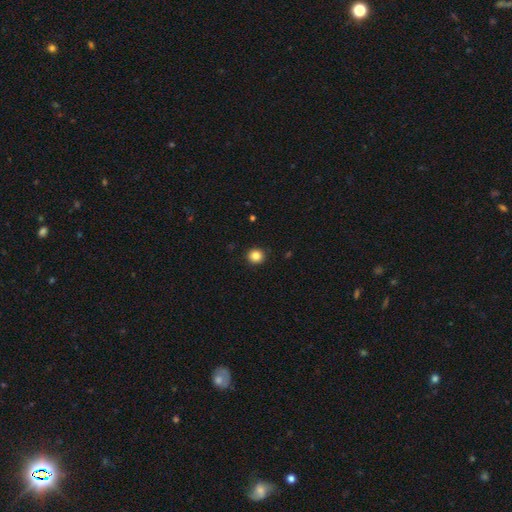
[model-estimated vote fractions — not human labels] This appears to be a smooth galaxy with no disk features (84%) that is round (90%). Merging: none (92%).